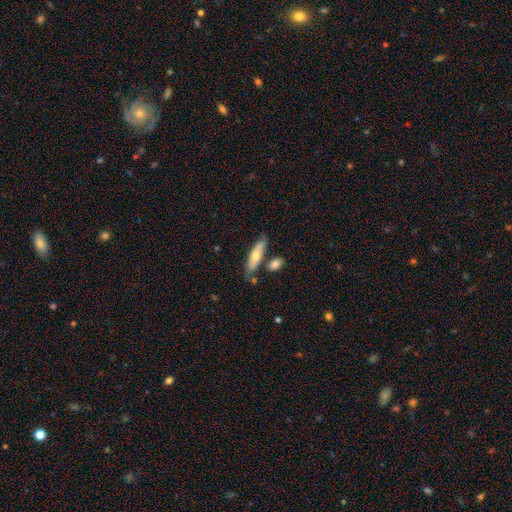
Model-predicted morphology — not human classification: Overall: smooth (60%; featured or disk 35%). How rounded: cigar-shaped (50%; in between 48%). Merging: none (65%).